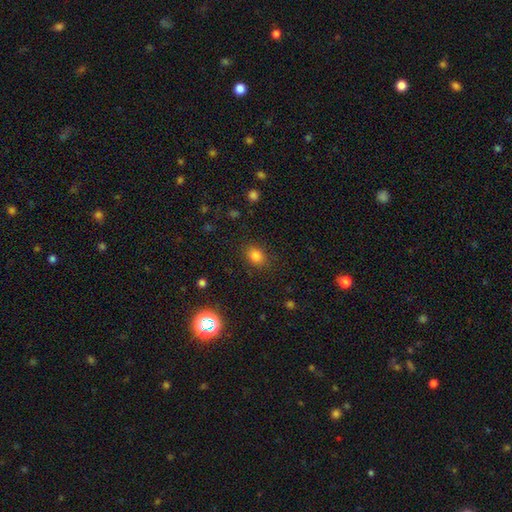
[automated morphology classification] Smooth or featured? Predicted: smooth (p=0.80). How rounded? Predicted: in between (p=0.57). Merging? Predicted: none (p=0.83).